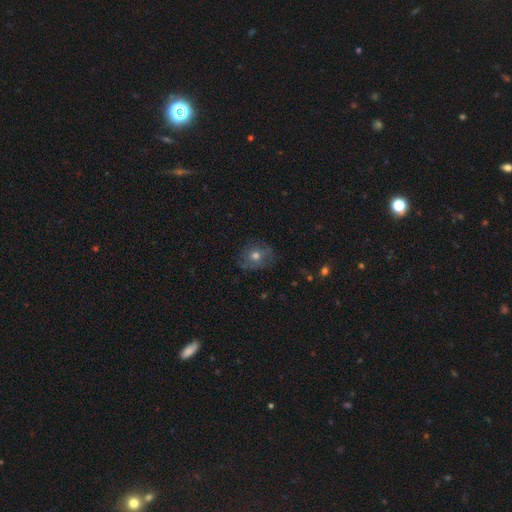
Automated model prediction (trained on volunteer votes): Morphology: type=smooth (54%); roundness=round (67%); merging=none (73%).